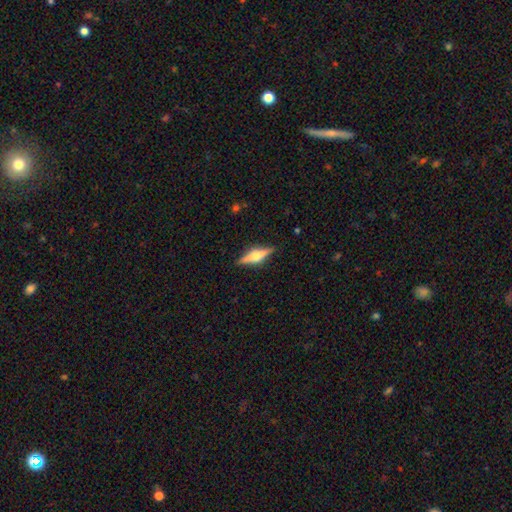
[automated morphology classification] type=featured or disk (70%); edge-on=yes (97%); edge-on bulge=rounded (92%); merging=none (89%).